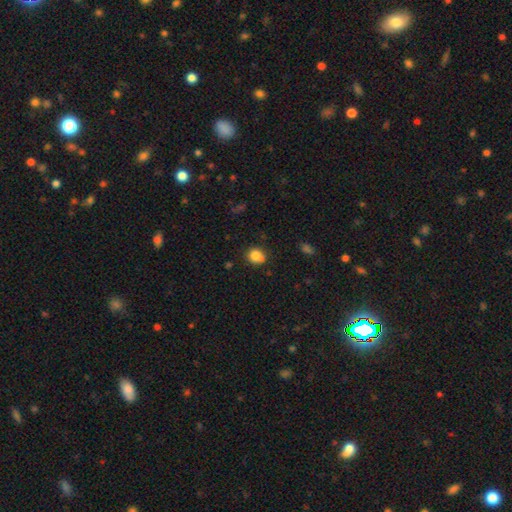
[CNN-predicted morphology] Smooth or featured: smooth — 83% (star or artifact — 10%)
How rounded: round — 68% (in between — 31%)
Merging: none — 69% (minor disturbance — 22%)